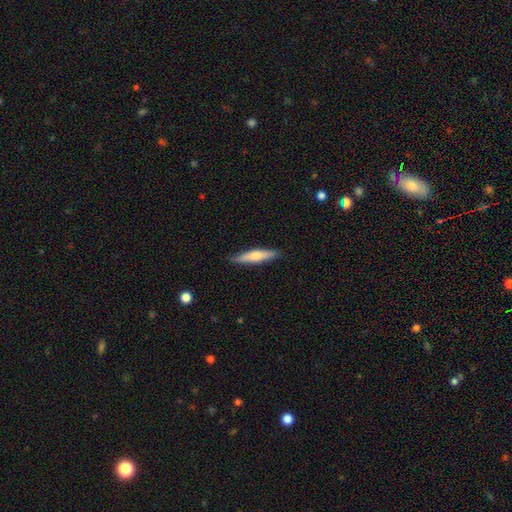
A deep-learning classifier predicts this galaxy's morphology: smooth 53%, featured or disk 41%, star or artifact 6%. Down the decision tree: how rounded — cigar-shaped (87%); merging — none (89%).